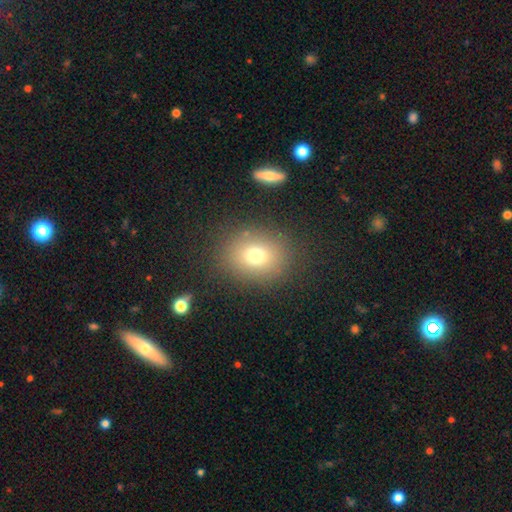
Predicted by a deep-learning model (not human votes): Q: Smooth or featured?
A: smooth (73%); runner-up: star or artifact (14%)
Q: How rounded?
A: round (55%); runner-up: in between (44%)
Q: Merging?
A: none (83%); runner-up: minor disturbance (10%)